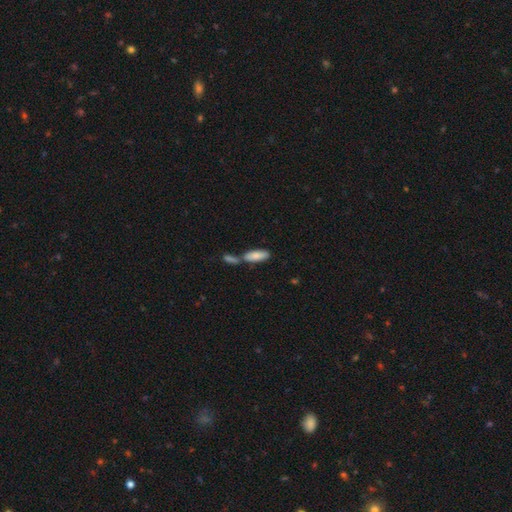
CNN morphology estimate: Smooth or featured?
  - smooth: 82% *
  - featured or disk: 11%
  - star or artifact: 6%
How rounded?
  - in between: 67% *
  - cigar-shaped: 32%
  - round: 2%
Merging?
  - none: 45% *
  - merger: 40%
  - minor disturbance: 11%
  - major disturbance: 4%